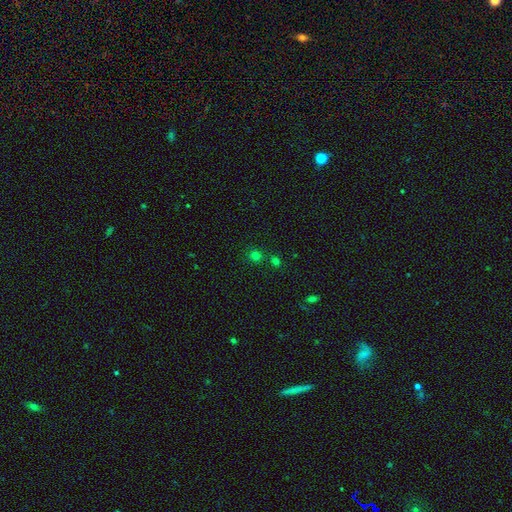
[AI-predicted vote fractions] A smooth galaxy with no disk features (70%) that is round (88%).

Vote fractions:
- Smooth or featured? smooth: 70% / star or artifact: 24% / featured or disk: 6%
- How rounded? round: 88% / in between: 11% / cigar-shaped: 1%
- Merging? none: 73% / merger: 16% / minor disturbance: 8% / major disturbance: 3%